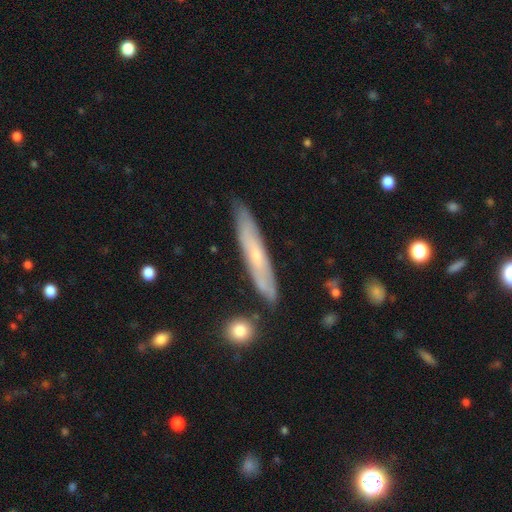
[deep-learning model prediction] Q: Smooth or featured?
A: featured or disk (54%); runner-up: smooth (40%)
Q: Edge-on disk?
A: yes (74%); runner-up: no (26%)
Q: Merging?
A: none (84%); runner-up: minor disturbance (12%)